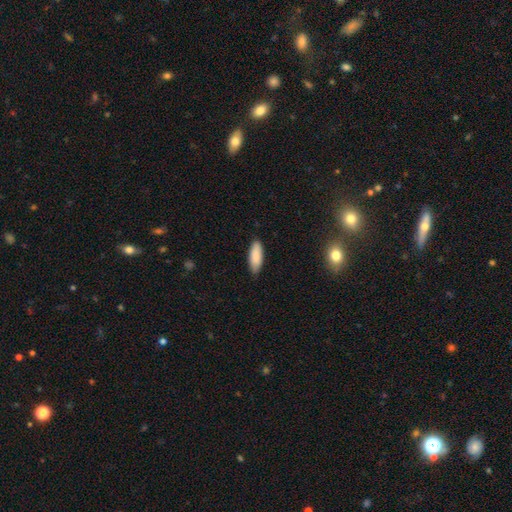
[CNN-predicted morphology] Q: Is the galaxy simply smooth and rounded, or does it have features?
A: smooth — 87%.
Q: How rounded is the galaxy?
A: in between — 70%.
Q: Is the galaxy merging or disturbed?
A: none — 83%.